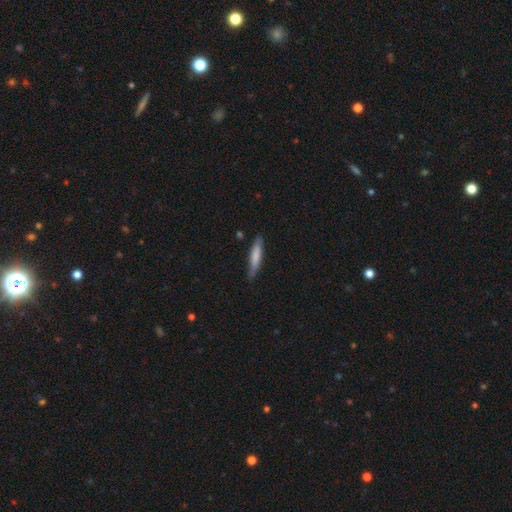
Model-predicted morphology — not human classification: Q: Smooth or featured?
A: smooth (71%); runner-up: featured or disk (24%)
Q: How rounded?
A: cigar-shaped (87%); runner-up: in between (11%)
Q: Merging?
A: none (79%); runner-up: minor disturbance (17%)